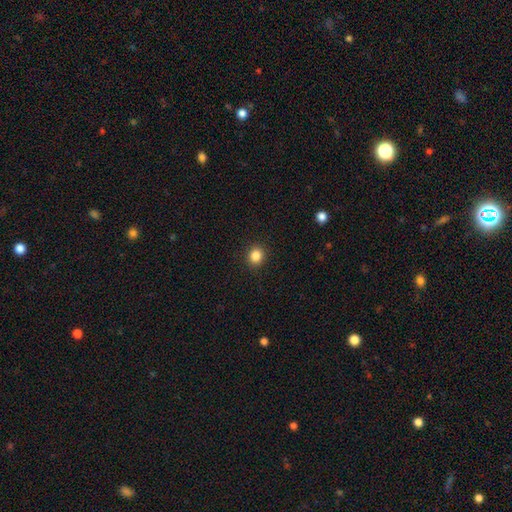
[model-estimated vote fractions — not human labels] Smooth or featured?
  - smooth: 85% *
  - star or artifact: 11%
  - featured or disk: 4%
How rounded?
  - round: 81% *
  - in between: 18%
  - cigar-shaped: 1%
Merging?
  - none: 92% *
  - minor disturbance: 6%
  - major disturbance: 2%
  - merger: 1%